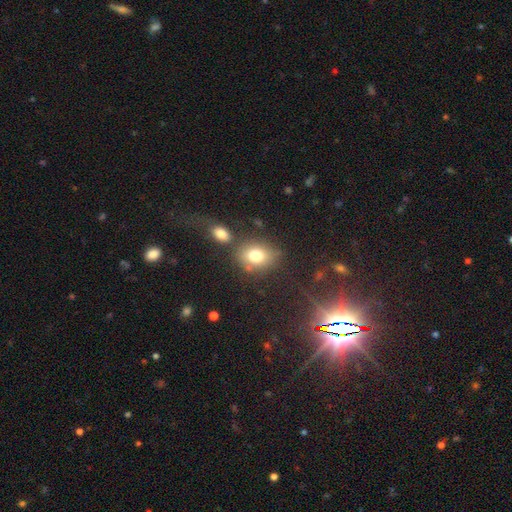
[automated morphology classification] A smooth galaxy with no disk features (77%) that is in between round and cigar-shaped (59%). Merging: none (62%).